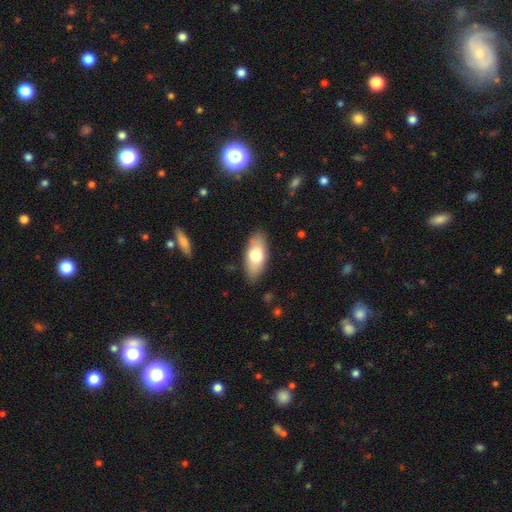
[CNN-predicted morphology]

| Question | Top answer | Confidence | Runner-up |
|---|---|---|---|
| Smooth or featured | smooth | 72% | featured or disk (22%) |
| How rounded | in between | 86% | cigar-shaped (12%) |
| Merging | none | 85% | minor disturbance (11%) |